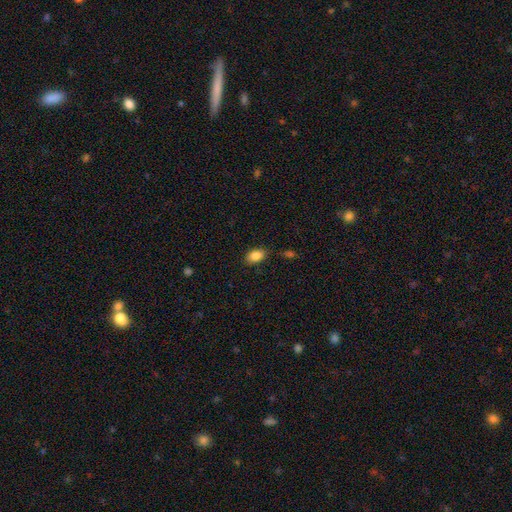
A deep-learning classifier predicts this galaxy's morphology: Smooth or featured? Predicted: smooth (p=0.87). How rounded? Predicted: in between (p=0.88). Merging? Predicted: none (p=0.80).